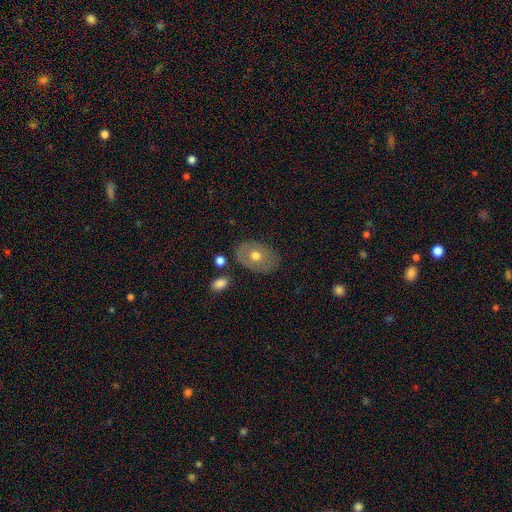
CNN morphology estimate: smooth-or-featured: smooth: 56% | featured or disk: 37% | star or artifact: 7%
  how-rounded: in between: 78% | round: 21% | cigar-shaped: 1%
  merging: none: 78% | minor disturbance: 14% | major disturbance: 4% | merger: 3%